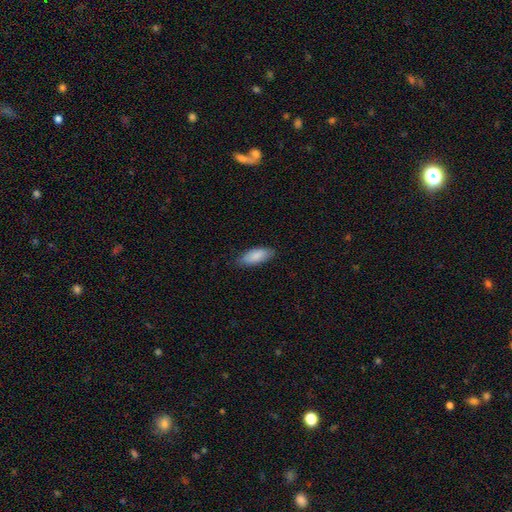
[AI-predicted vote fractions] smooth 87%, featured or disk 7%, star or artifact 6%. Down the decision tree: how rounded — in between (82%); merging — none (82%).